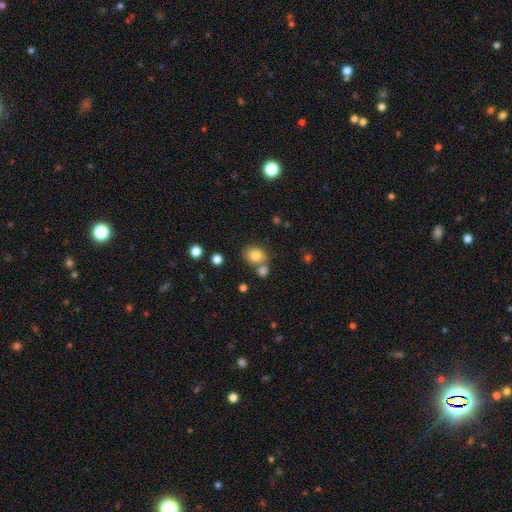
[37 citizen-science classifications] smooth_or_featured: smooth (p=0.86) [alt: star or artifact p=0.08]
how_rounded: round (p=0.78) [alt: in between p=0.22]
merging: none (p=0.62) [alt: minor disturbance p=0.21]